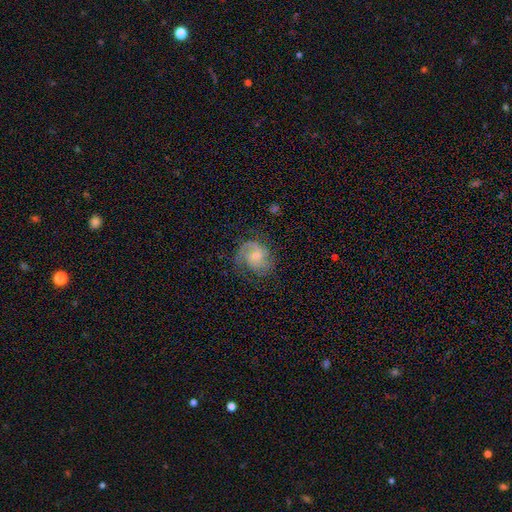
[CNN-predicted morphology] Q: Smooth or featured?
A: featured or disk (77%); runner-up: smooth (16%)
Q: Edge-on disk?
A: no (98%); runner-up: yes (2%)
Q: Bar?
A: no (55%); runner-up: weak (40%)
Q: Spiral arms?
A: yes (95%); runner-up: no (5%)
Q: Spiral winding?
A: medium (49%); runner-up: tight (32%)
Q: Spiral arm count?
A: 2 (58%); runner-up: can't tell (13%)
Q: Bulge size?
A: small (52%); runner-up: moderate (36%)
Q: Merging?
A: none (66%); runner-up: minor disturbance (20%)